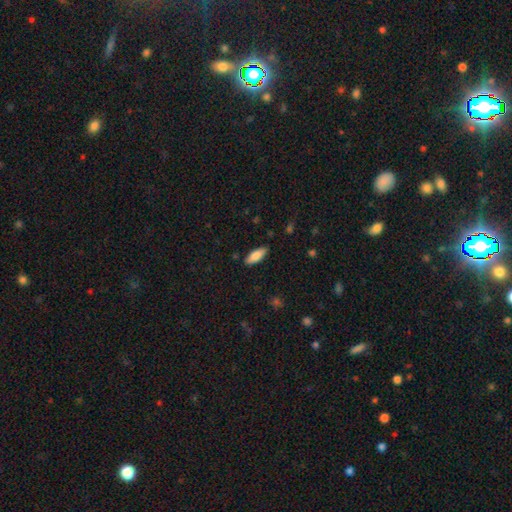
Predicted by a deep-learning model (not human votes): Smooth or featured?
  - smooth: 82% *
  - featured or disk: 12%
  - star or artifact: 6%
How rounded?
  - in between: 74% *
  - cigar-shaped: 24%
  - round: 2%
Merging?
  - none: 86% *
  - minor disturbance: 10%
  - major disturbance: 2%
  - merger: 1%